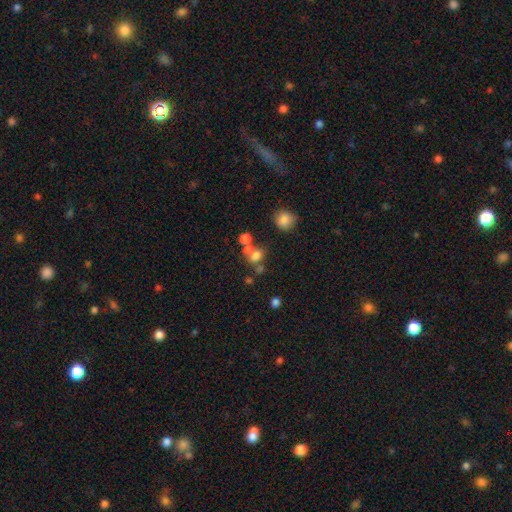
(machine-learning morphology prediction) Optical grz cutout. It shows a smooth galaxy with no disk features (68%) that is in between round and cigar-shaped (54%). Merging: merger (46%).